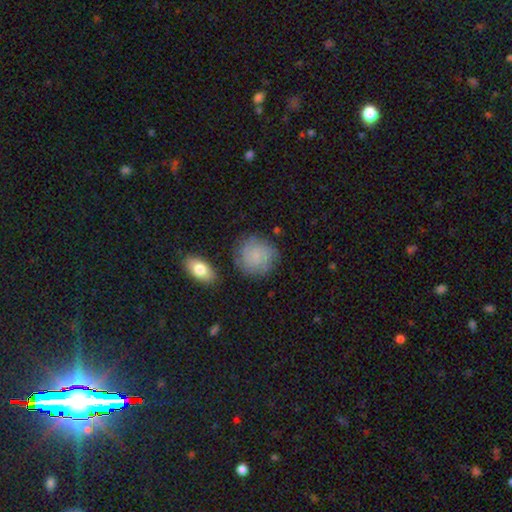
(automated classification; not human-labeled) Smooth or featured?
  - smooth: 64% *
  - featured or disk: 27%
  - star or artifact: 9%
How rounded?
  - round: 84% *
  - in between: 14%
  - cigar-shaped: 1%
Merging?
  - none: 77% *
  - minor disturbance: 16%
  - major disturbance: 5%
  - merger: 3%